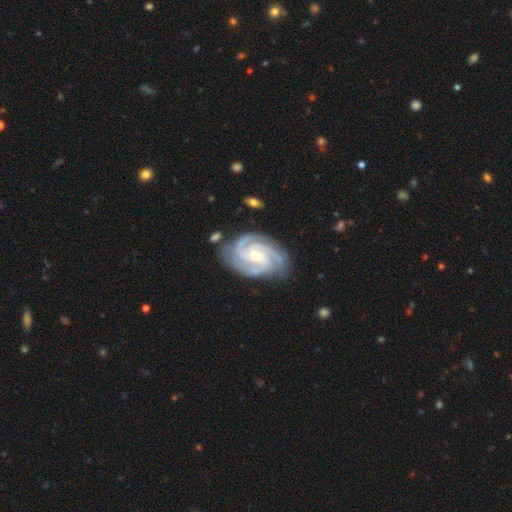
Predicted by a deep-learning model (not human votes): smooth_or_featured: featured or disk (p=0.91) [alt: smooth p=0.05]
disk_edge_on: no (p=0.98) [alt: yes p=0.02]
bar: no (p=0.54) [alt: weak p=0.37]
has_spiral_arms: yes (p=0.98) [alt: no p=0.02]
spiral_winding: tight (p=0.67) [alt: medium p=0.30]
spiral_arm_count: 3 (p=0.47) [alt: 4 p=0.26]
bulge_size: small (p=0.59) [alt: moderate p=0.35]
merging: none (p=0.78) [alt: minor disturbance p=0.16]